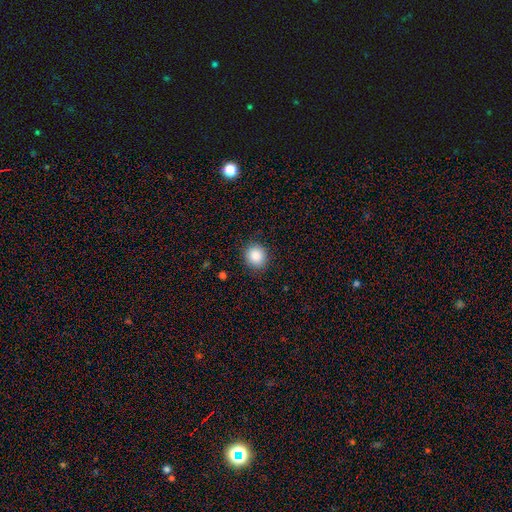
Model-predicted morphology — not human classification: Q: Smooth or featured?
A: smooth (87%); runner-up: star or artifact (9%)
Q: How rounded?
A: round (80%); runner-up: in between (19%)
Q: Merging?
A: none (88%); runner-up: minor disturbance (9%)